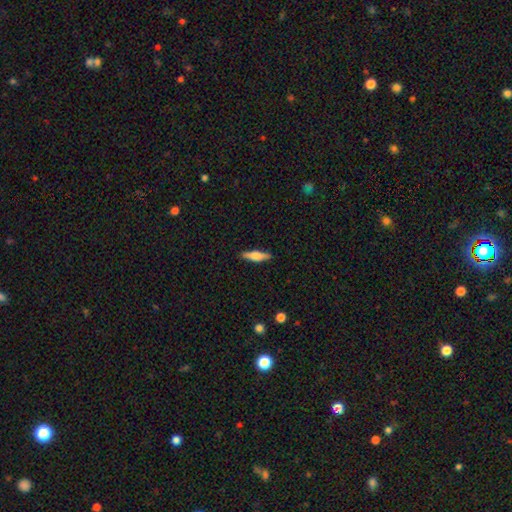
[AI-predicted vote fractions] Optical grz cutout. It shows a smooth galaxy with no disk features (62%) that is cigar-shaped (67%). Merging: none (88%).